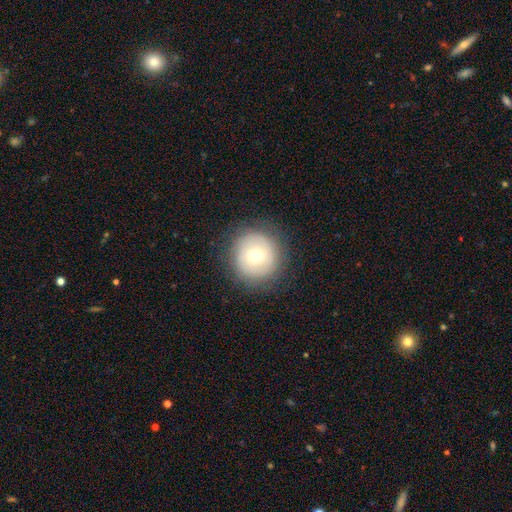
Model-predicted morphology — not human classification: The model was most divided on "smooth or featured": smooth: 62%, featured or disk: 27%, star or artifact: 11%. More confident: how rounded — round (94%); merging — none (84%).